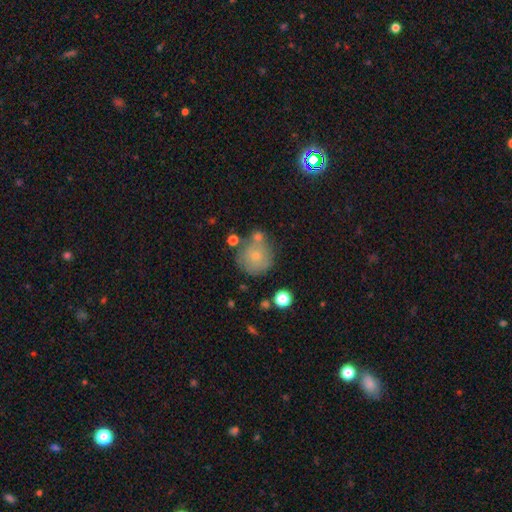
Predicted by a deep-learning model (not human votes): A smooth galaxy with no disk features (67%) that is round (91%). Merging: none (57%).